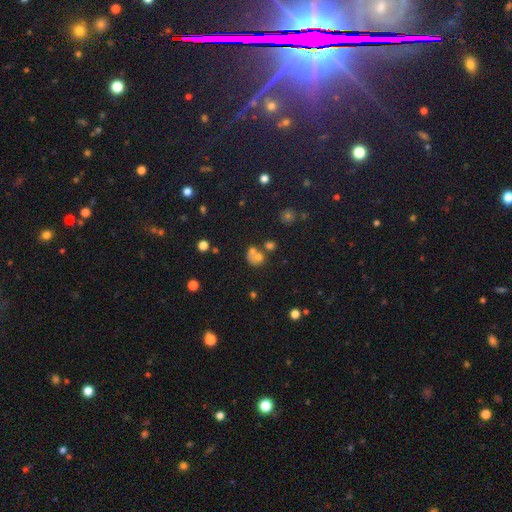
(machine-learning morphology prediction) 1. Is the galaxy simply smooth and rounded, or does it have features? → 63% smooth, 19% featured or disk, 18% star or artifact.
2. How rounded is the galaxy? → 70% round, 29% in between, 1% cigar-shaped.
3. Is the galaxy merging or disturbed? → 48% merger, 34% none, 10% minor disturbance, 8% major disturbance.